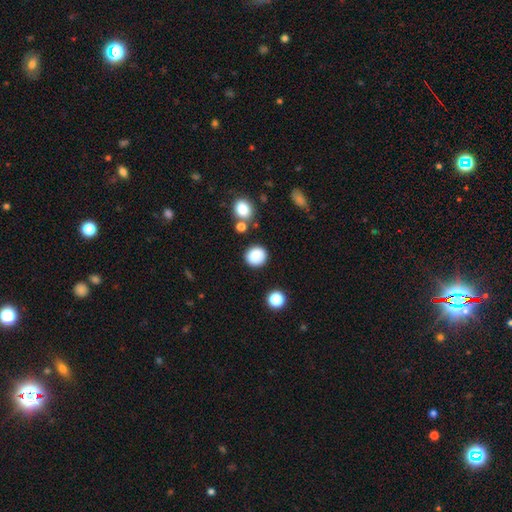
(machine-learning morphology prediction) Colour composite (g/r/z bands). It shows a smooth galaxy with no disk features (85%) that is round (89%). Merging: none (83%).